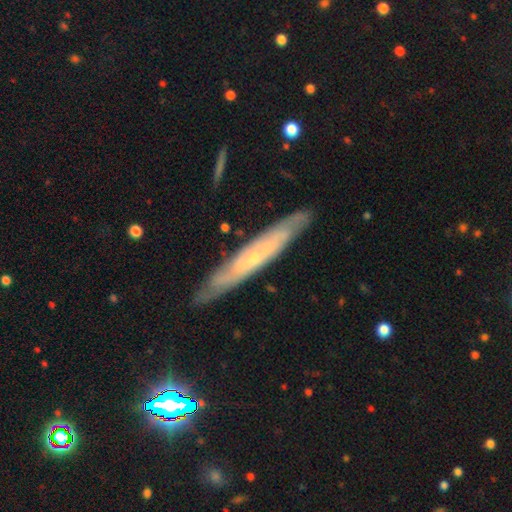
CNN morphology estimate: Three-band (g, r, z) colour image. It shows a featured or disk galaxy (69%) viewed edge-on (61%). Merging: none (84%).